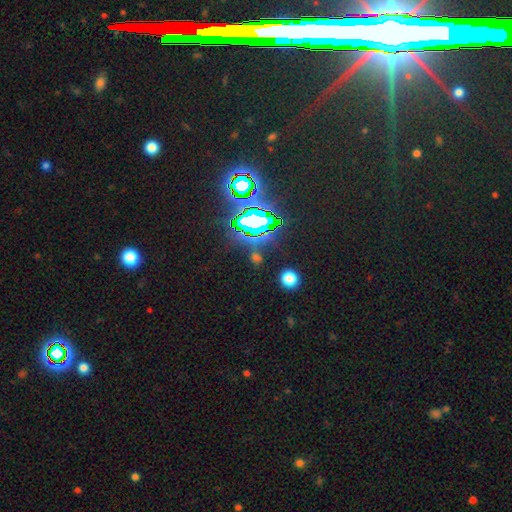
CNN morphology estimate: Smooth or featured?
  - star or artifact: 67% *
  - smooth: 24%
  - featured or disk: 9%